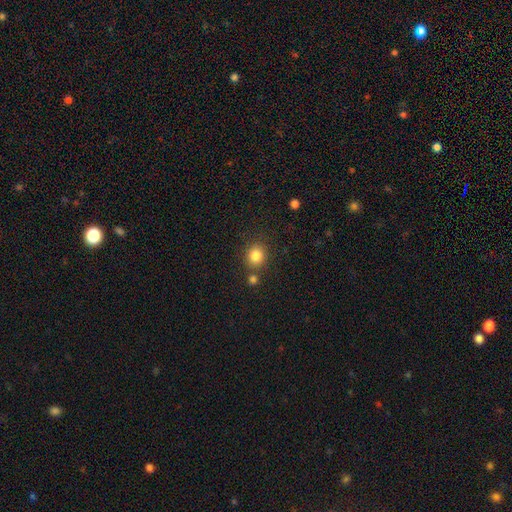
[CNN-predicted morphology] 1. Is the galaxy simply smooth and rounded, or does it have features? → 83% smooth, 11% star or artifact, 5% featured or disk.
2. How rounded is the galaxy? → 83% round, 16% in between, 1% cigar-shaped.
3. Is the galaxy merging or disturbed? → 77% none, 11% merger, 9% minor disturbance, 3% major disturbance.